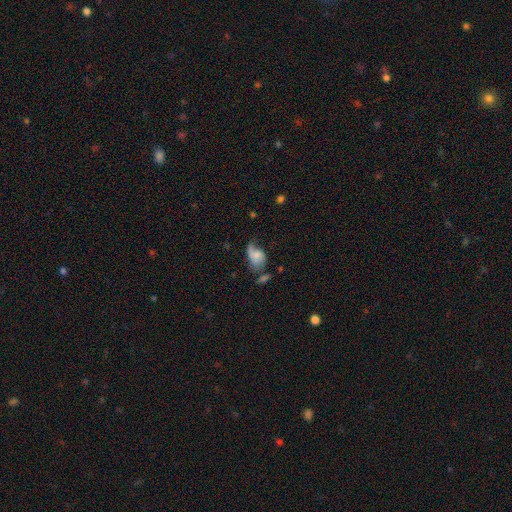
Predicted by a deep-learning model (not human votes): Smooth or featured: smooth — 51% (featured or disk — 40%)
How rounded: in between — 79% (round — 19%)
Merging: major disturbance — 31% (minor disturbance — 30%)